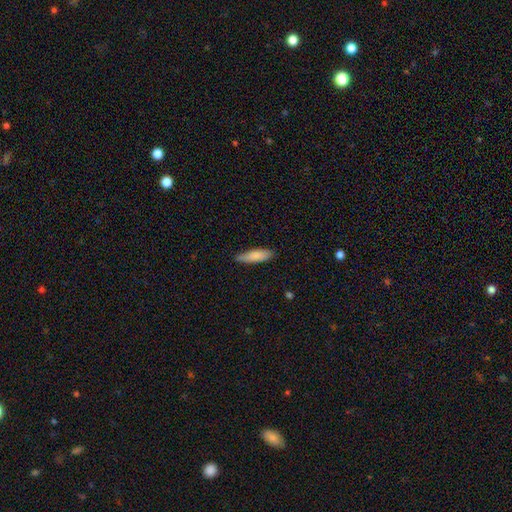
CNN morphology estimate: Q: Smooth or featured?
A: smooth (83%); runner-up: featured or disk (11%)
Q: How rounded?
A: cigar-shaped (56%); runner-up: in between (43%)
Q: Merging?
A: none (77%); runner-up: minor disturbance (19%)